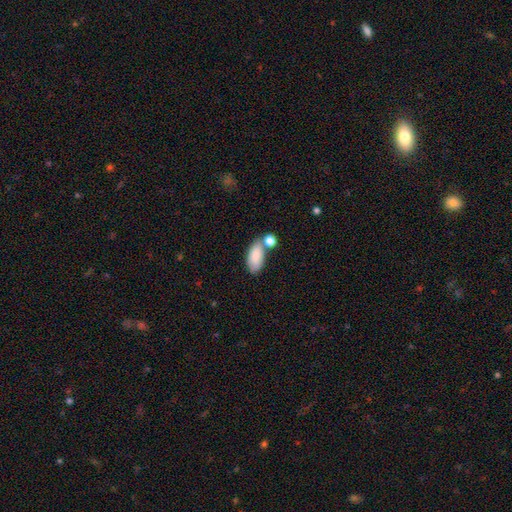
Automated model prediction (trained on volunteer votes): This is clearly a smooth galaxy (86%). How rounded: clearly in between (90%). Merging: possibly none (54%).